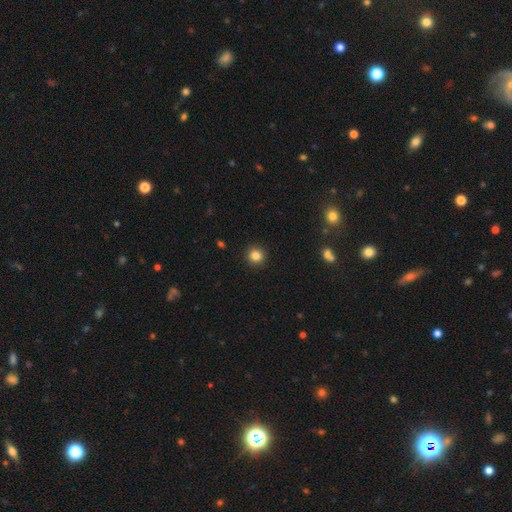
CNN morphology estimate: Smooth or featured? Predicted: smooth (p=0.85). How rounded? Predicted: round (p=0.92). Merging? Predicted: none (p=0.92).